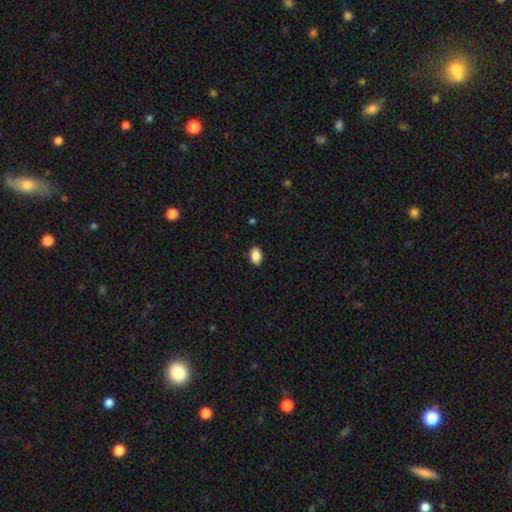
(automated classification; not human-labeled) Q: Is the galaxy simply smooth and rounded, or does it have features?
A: smooth — 89%.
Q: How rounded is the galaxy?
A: in between — 87%.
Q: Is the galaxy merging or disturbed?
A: none — 89%.